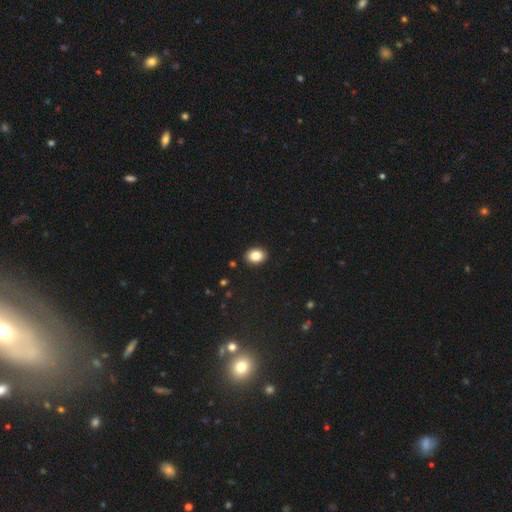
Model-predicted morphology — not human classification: A smooth galaxy with no disk features (84%) that is in between round and cigar-shaped (66%). Merging: none (91%).